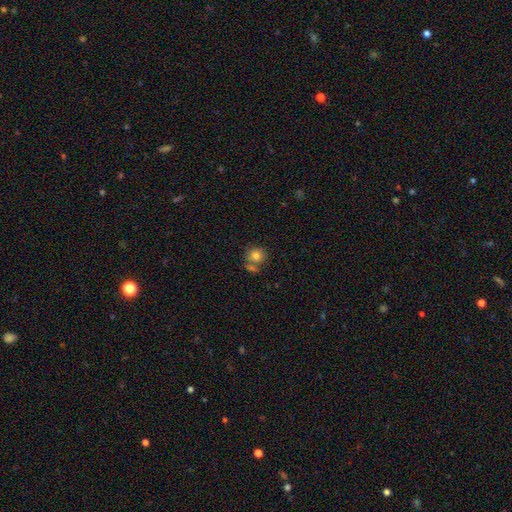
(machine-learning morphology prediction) smooth_or_featured: smooth (p=0.79) [alt: featured or disk p=0.11]
how_rounded: round (p=0.82) [alt: in between p=0.17]
merging: none (p=0.56) [alt: merger p=0.26]